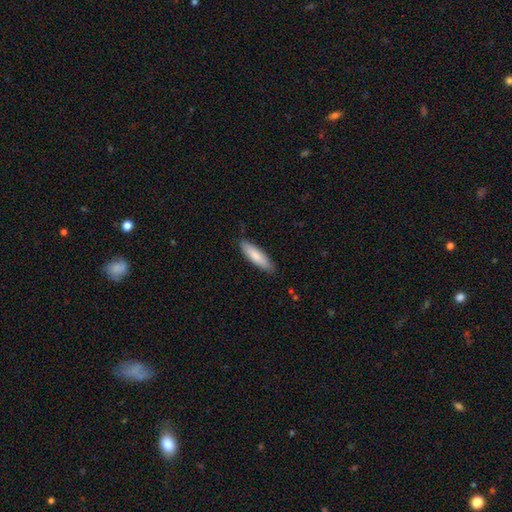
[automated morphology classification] Smooth or featured: smooth — 81% (featured or disk — 14%)
How rounded: cigar-shaped — 63% (in between — 36%)
Merging: none — 85% (minor disturbance — 12%)